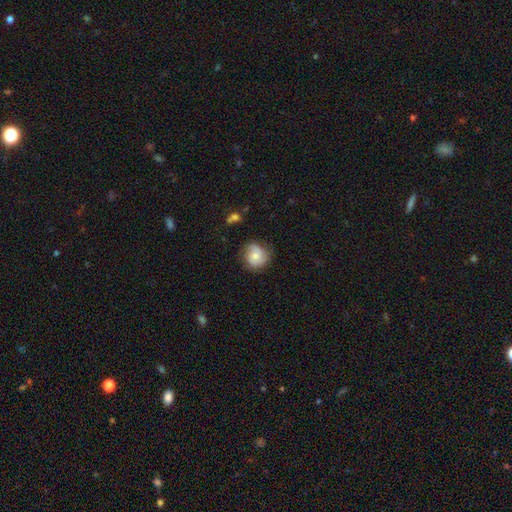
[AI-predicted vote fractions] This appears to be a smooth galaxy with no disk features (58%) that is round (82%). Merging: none (71%).